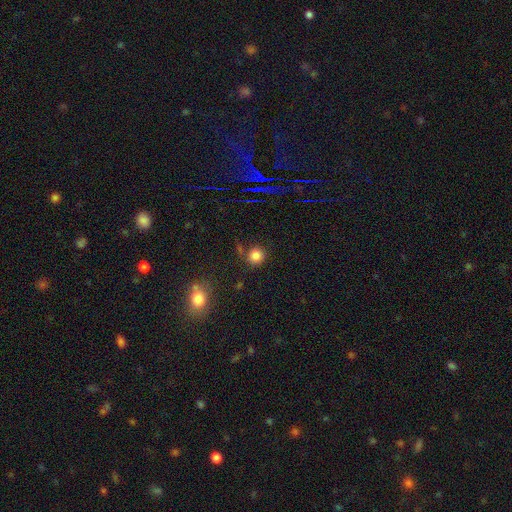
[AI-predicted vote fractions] Smooth or featured? Predicted: smooth (p=0.82). How rounded? Predicted: round (p=0.88). Merging? Predicted: none (p=0.76).